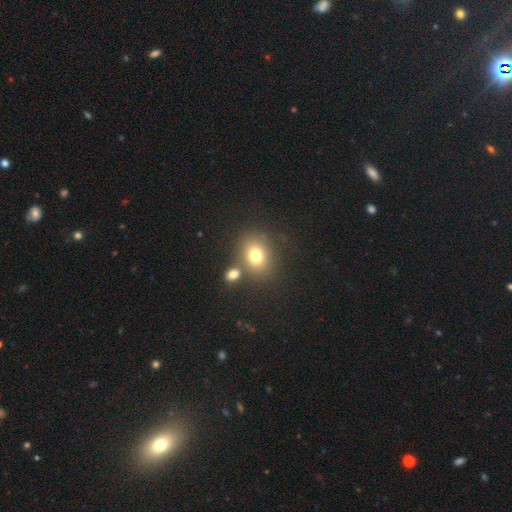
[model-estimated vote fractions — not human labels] Smooth or featured? smooth (75%)
How rounded? round (57%)
Merging? none (65%)